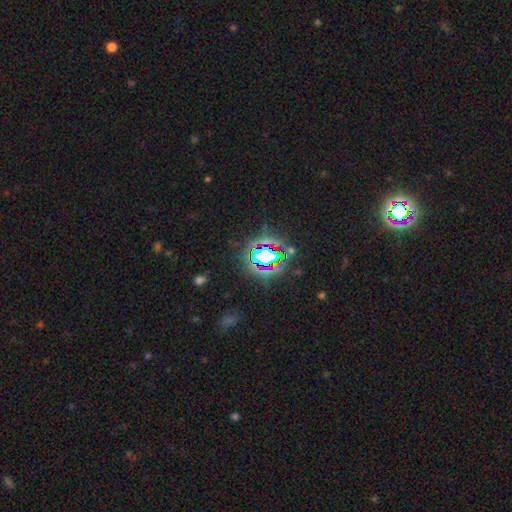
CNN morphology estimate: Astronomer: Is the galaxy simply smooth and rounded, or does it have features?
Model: star or artifact — 81%.